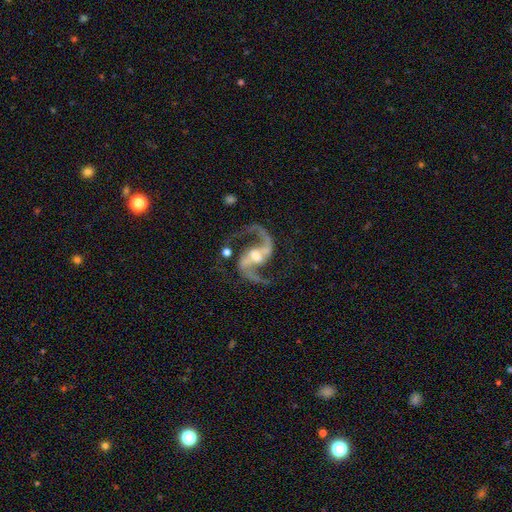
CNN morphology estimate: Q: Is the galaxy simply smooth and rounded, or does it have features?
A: featured or disk — 93%.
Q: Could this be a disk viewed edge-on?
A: no — 98%.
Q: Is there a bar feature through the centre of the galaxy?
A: strong — 46%.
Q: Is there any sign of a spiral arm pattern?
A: yes — 98%.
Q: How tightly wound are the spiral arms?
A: medium — 53%.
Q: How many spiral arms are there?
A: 2 — 94%.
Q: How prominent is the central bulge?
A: moderate — 56%.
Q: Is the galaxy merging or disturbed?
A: none — 77%.